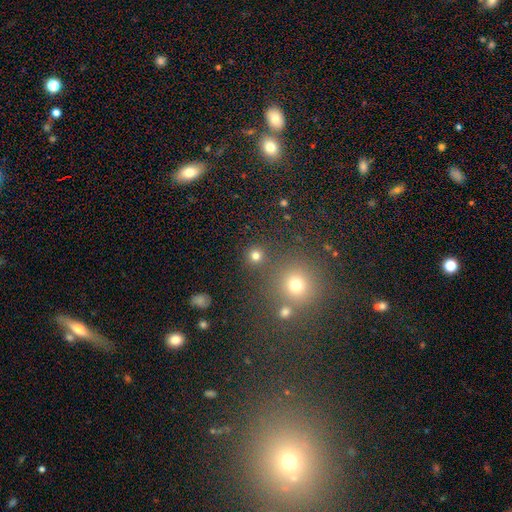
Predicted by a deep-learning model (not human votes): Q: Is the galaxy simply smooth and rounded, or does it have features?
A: smooth — 77%.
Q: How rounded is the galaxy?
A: round — 94%.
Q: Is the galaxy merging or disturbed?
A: none — 81%.